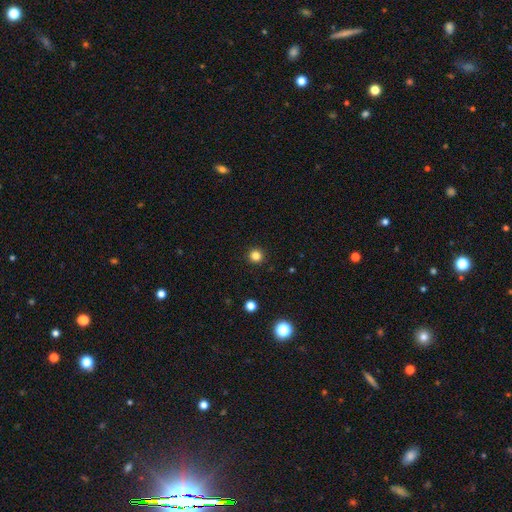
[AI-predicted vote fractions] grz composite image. It shows a smooth galaxy with no disk features (83%) that is round (96%). Merging: none (93%).